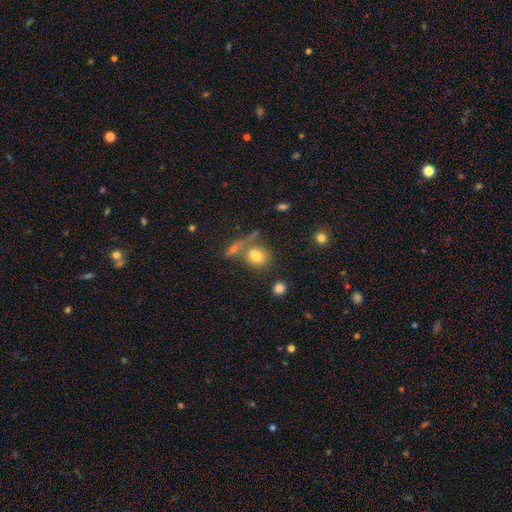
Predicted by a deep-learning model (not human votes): This appears to be a smooth galaxy with no disk features (74%) that is in between round and cigar-shaped (49%). Merging: none (48%).